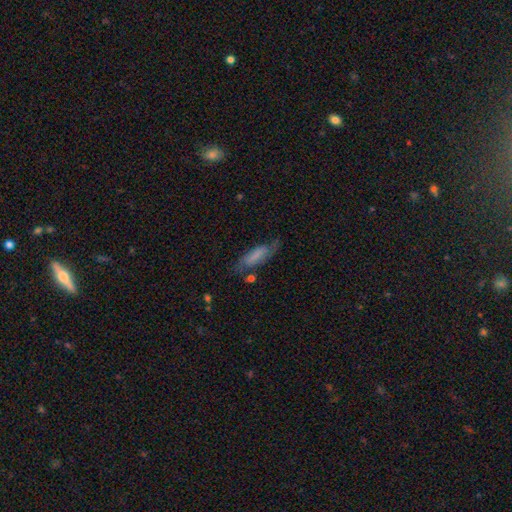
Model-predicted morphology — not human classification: A smooth galaxy with no disk features (58%) that is cigar-shaped (49%, tied with in between). Merging: none (62%).